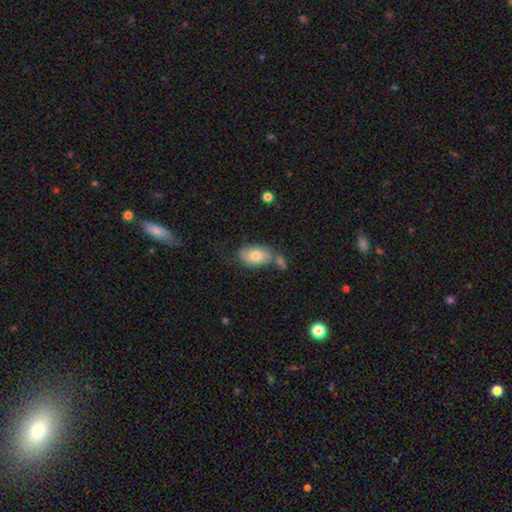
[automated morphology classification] The model was most divided on "merging": none: 57%, minor disturbance: 21%, merger: 15%, major disturbance: 7%. More confident: how rounded — in between (90%); smooth or featured — smooth (74%).